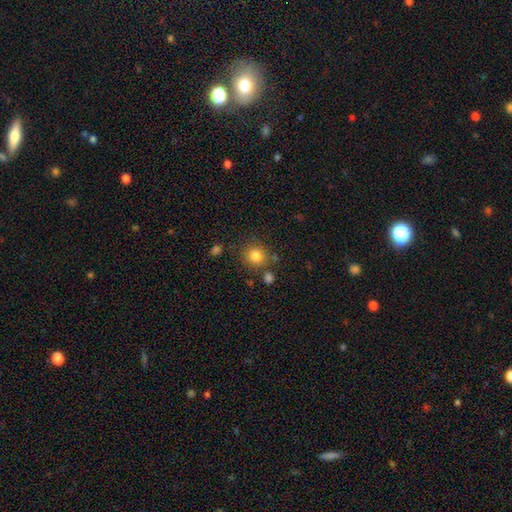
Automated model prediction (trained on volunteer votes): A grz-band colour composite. It shows a smooth galaxy with no disk features (82%) that is round (86%). Merging: none (78%).